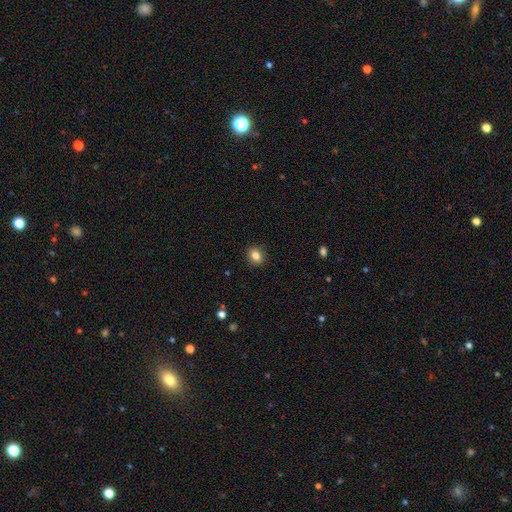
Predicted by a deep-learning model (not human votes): Smooth or featured?
  - smooth: 84% *
  - star or artifact: 10%
  - featured or disk: 6%
How rounded?
  - round: 53% *
  - in between: 46%
  - cigar-shaped: 1%
Merging?
  - none: 90% *
  - minor disturbance: 7%
  - major disturbance: 2%
  - merger: 1%